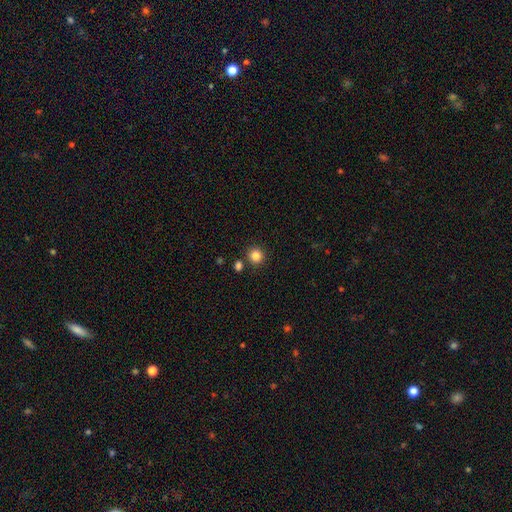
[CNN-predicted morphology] Q: Smooth or featured?
A: smooth (85%); runner-up: star or artifact (11%)
Q: How rounded?
A: round (92%); runner-up: in between (8%)
Q: Merging?
A: none (84%); runner-up: minor disturbance (7%)